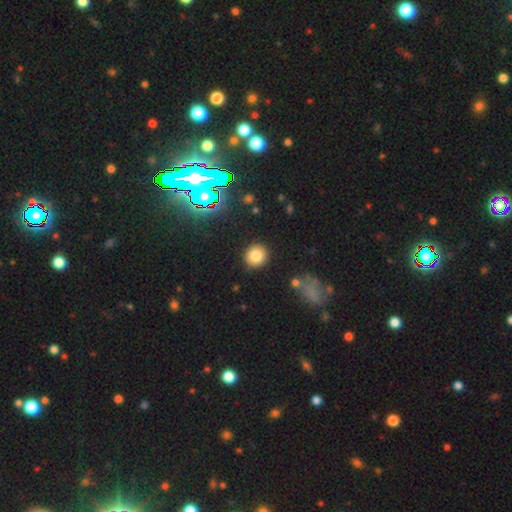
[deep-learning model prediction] This is likely a smooth galaxy (80%). How rounded: clearly round (91%). Merging: clearly none (90%).